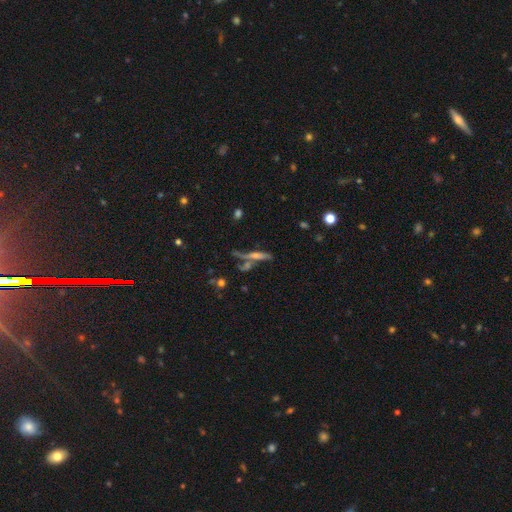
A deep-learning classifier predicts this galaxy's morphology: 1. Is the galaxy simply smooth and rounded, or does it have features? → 59% featured or disk, 27% smooth, 13% star or artifact.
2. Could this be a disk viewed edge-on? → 90% yes, 10% no.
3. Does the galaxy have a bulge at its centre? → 69% rounded, 21% none, 10% boxy.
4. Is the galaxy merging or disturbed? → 60% none, 20% merger, 13% minor disturbance, 7% major disturbance.